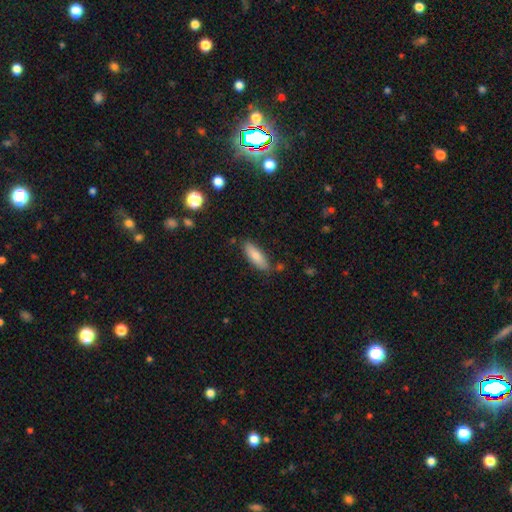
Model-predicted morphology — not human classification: A smooth galaxy with no disk features (80%) that is in between round and cigar-shaped (59%).

Vote fractions:
- Smooth or featured? smooth: 80% / featured or disk: 14% / star or artifact: 6%
- How rounded? in between: 59% / cigar-shaped: 40% / round: 2%
- Merging? none: 80% / minor disturbance: 14% / merger: 3% / major disturbance: 3%